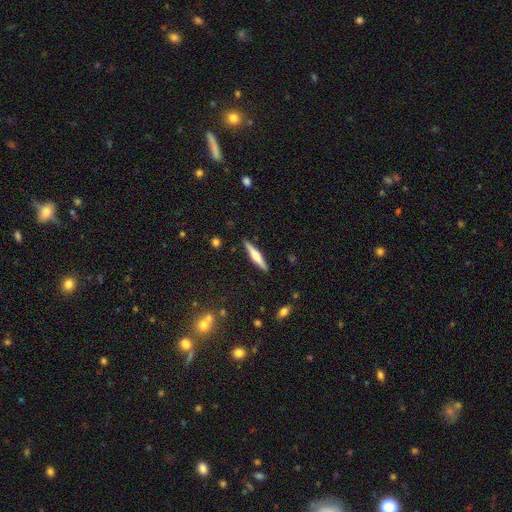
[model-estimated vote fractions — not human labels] Smooth or featured?
  - featured or disk: 52% *
  - smooth: 42%
  - star or artifact: 6%
Edge-on disk?
  - yes: 97% *
  - no: 3%
Edge-on bulge?
  - rounded: 69% *
  - boxy: 19%
  - none: 11%
Merging?
  - none: 90% *
  - minor disturbance: 7%
  - major disturbance: 2%
  - merger: 1%